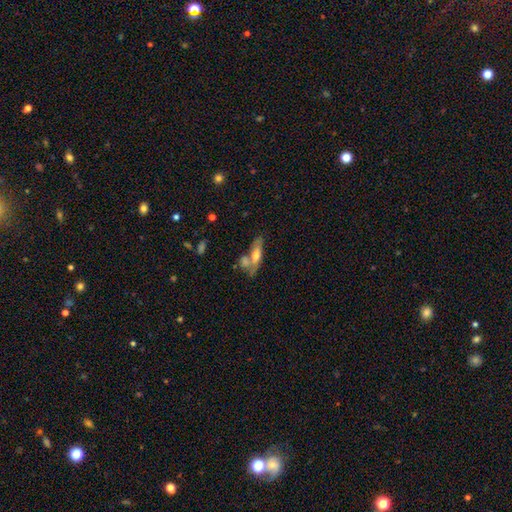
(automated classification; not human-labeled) Smooth or featured? Predicted: smooth (p=0.50). How rounded? Predicted: cigar-shaped (p=0.50). Merging? Predicted: none (p=0.46).